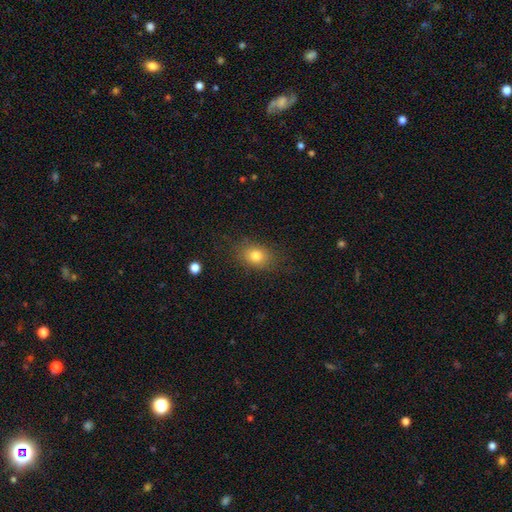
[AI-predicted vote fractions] A smooth galaxy with no disk features (80%) that is in between round and cigar-shaped (65%).

Vote fractions:
- Smooth or featured? smooth: 80% / star or artifact: 11% / featured or disk: 9%
- How rounded? in between: 65% / round: 34% / cigar-shaped: 2%
- Merging? none: 80% / minor disturbance: 13% / major disturbance: 5% / merger: 1%